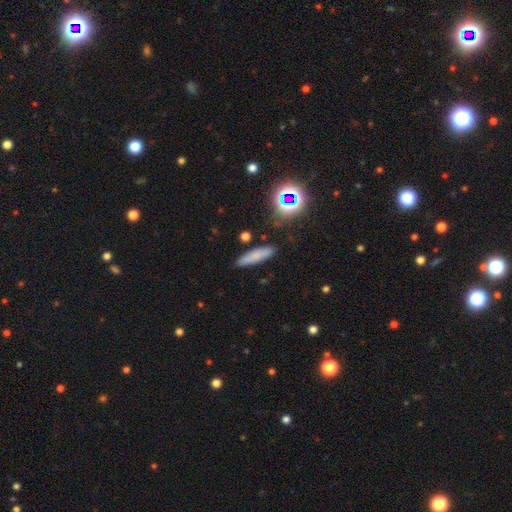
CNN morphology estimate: smooth 73%, star or artifact 14%, featured or disk 13%. Down the decision tree: how rounded — cigar-shaped (73%); merging — none (85%).